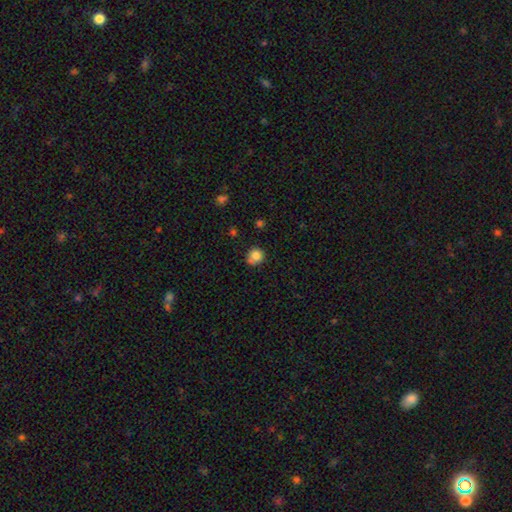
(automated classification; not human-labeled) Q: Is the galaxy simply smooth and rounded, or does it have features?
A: smooth — 83%.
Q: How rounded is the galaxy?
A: round — 87%.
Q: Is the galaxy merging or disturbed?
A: none — 66%.